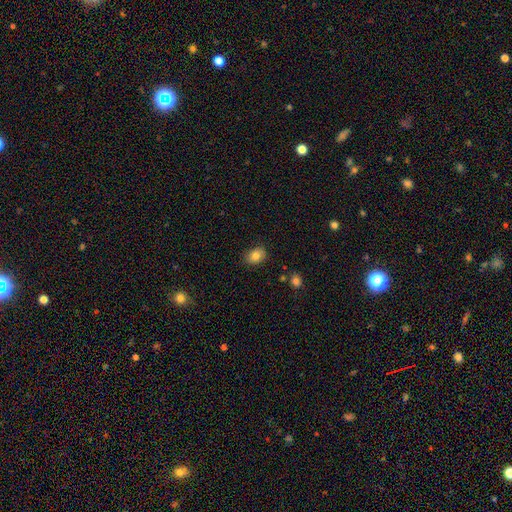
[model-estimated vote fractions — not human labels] smooth 81%, featured or disk 10%, star or artifact 9%. Down the decision tree: how rounded — in between (63%); merging — none (83%).